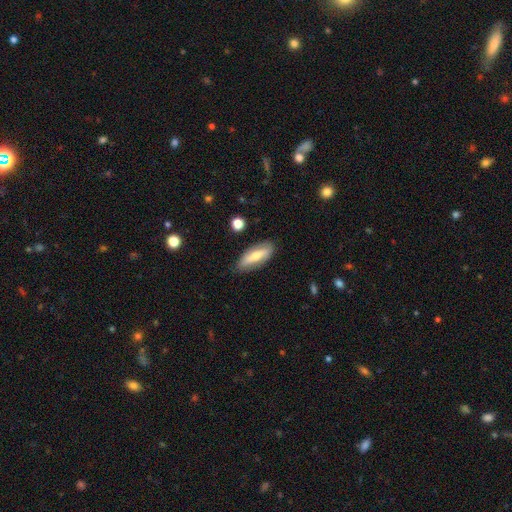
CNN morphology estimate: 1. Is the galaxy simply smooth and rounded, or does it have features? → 57% smooth, 36% featured or disk, 6% star or artifact.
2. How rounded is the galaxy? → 64% in between, 34% cigar-shaped, 3% round.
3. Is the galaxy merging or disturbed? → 82% none, 14% minor disturbance, 3% major disturbance, 2% merger.